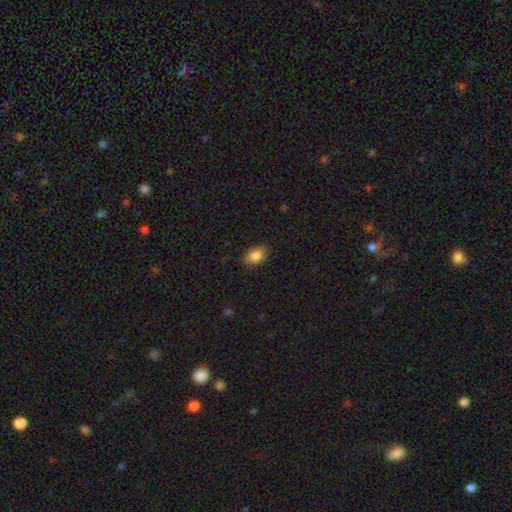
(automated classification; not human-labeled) smooth_or_featured: smooth (p=0.87) [alt: star or artifact p=0.08]
how_rounded: in between (p=0.82) [alt: round p=0.17]
merging: none (p=0.85) [alt: minor disturbance p=0.11]